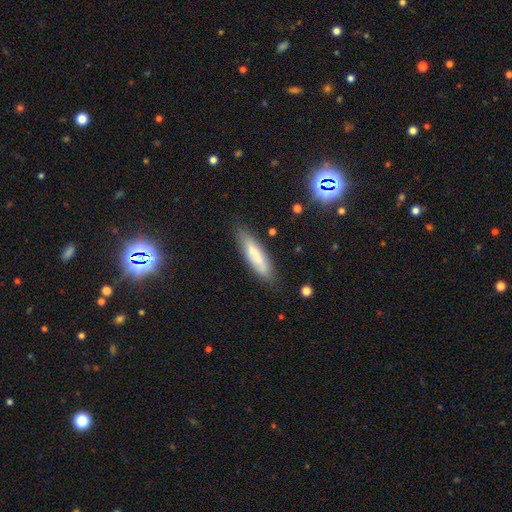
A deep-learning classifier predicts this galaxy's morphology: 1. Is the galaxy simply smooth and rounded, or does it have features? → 70% smooth, 22% featured or disk, 8% star or artifact.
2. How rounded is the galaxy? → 67% cigar-shaped, 32% in between, 1% round.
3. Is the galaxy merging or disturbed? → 80% none, 15% minor disturbance, 3% major disturbance, 2% merger.